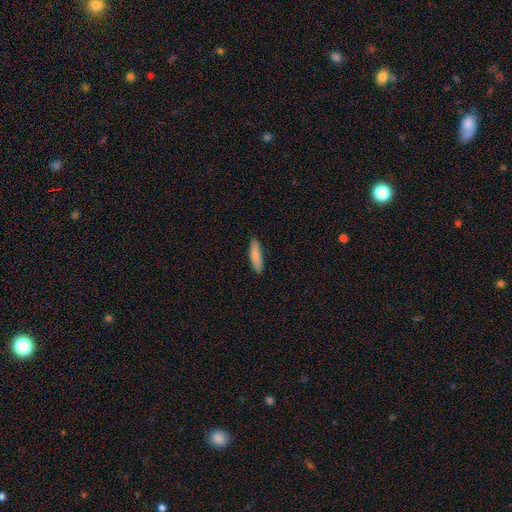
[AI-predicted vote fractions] Smooth or featured? Predicted: smooth (p=0.83). How rounded? Predicted: cigar-shaped (p=0.74). Merging? Predicted: none (p=0.88).